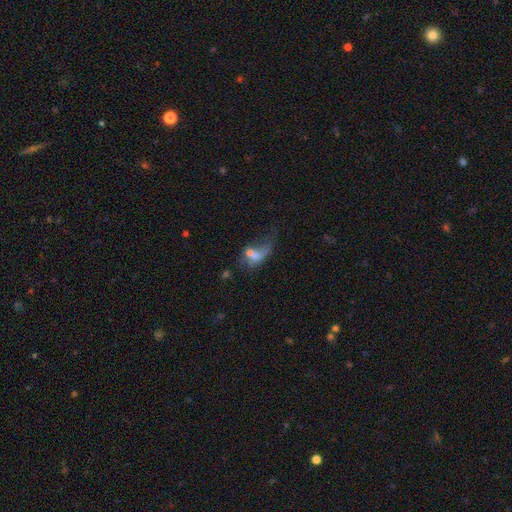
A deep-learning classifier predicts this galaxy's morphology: This is marginally a smooth galaxy (44%). Merging: marginally major disturbance (42%).